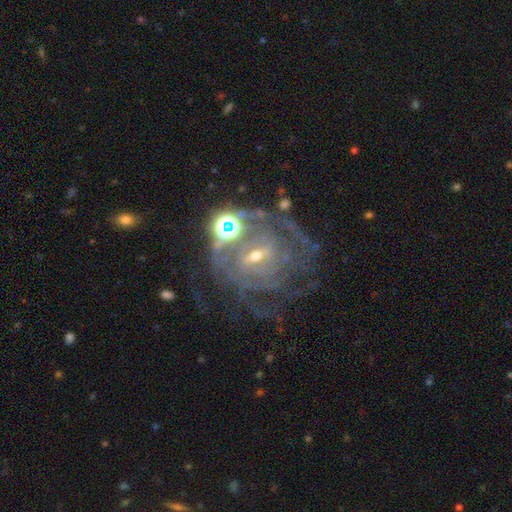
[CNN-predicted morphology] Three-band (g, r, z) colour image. It shows a featured or disk galaxy (82%) with a weak bar (44%), tight (55%) spiral arms (90%) and a small central bulge (54%). Merging: none (51%).